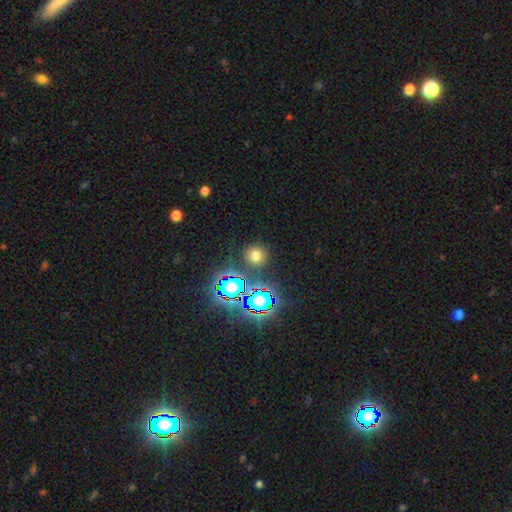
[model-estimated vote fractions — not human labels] This is likely a smooth galaxy (64%). How rounded: clearly round (92%). Merging: clearly none (86%).